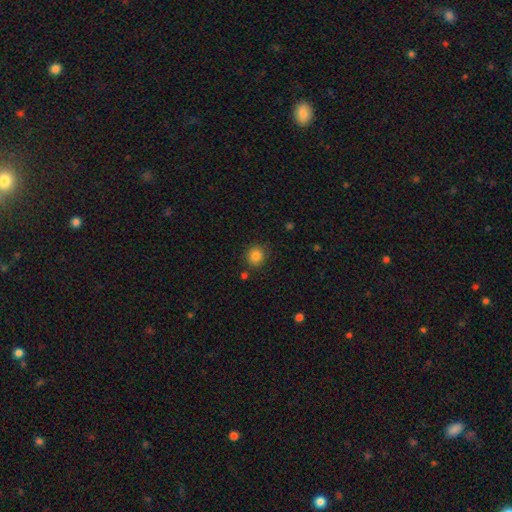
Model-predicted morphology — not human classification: Overall: smooth (85%). How rounded: round (89%). Merging: none (85%).